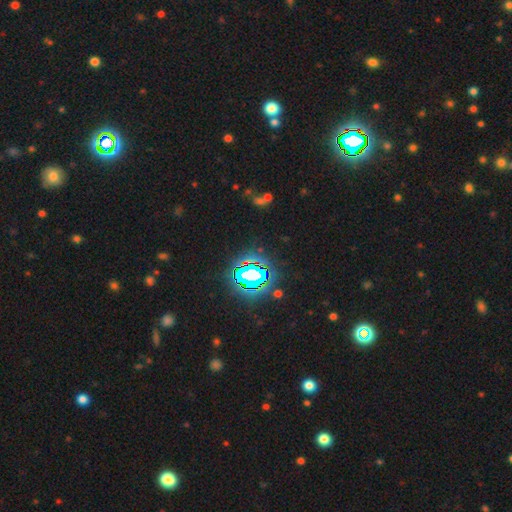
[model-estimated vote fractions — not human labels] The model was most divided on "smooth or featured": star or artifact: 80%, smooth: 12%, featured or disk: 8%.